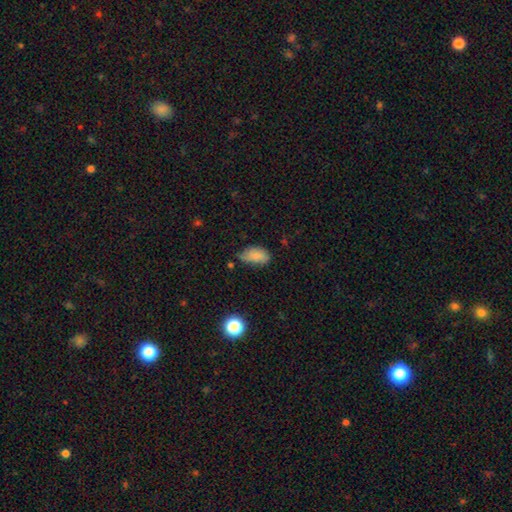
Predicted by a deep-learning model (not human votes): This is likely a smooth galaxy (80%). How rounded: clearly in between (91%). Merging: possibly none (52%).